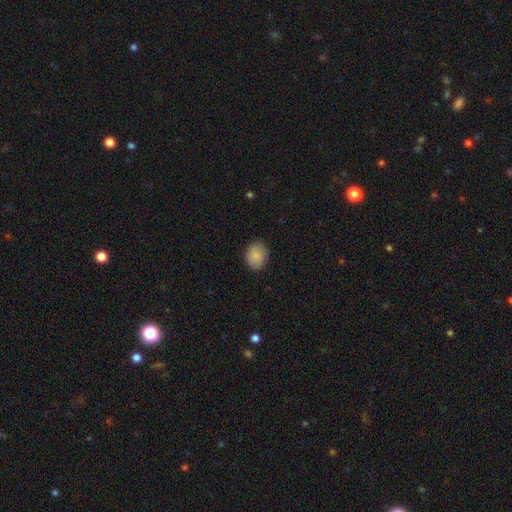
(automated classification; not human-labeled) This is clearly a smooth galaxy (86%). How rounded: possibly in between (57%). Merging: clearly none (85%).